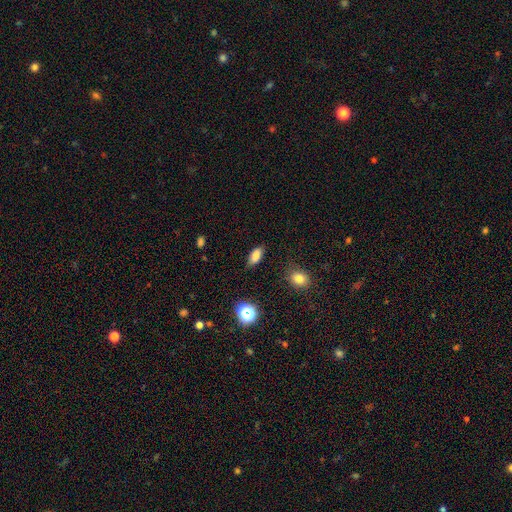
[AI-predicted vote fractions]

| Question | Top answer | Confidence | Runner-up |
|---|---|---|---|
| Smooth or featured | smooth | 80% | star or artifact (11%) |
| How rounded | in between | 83% | cigar-shaped (12%) |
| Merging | none | 83% | minor disturbance (13%) |